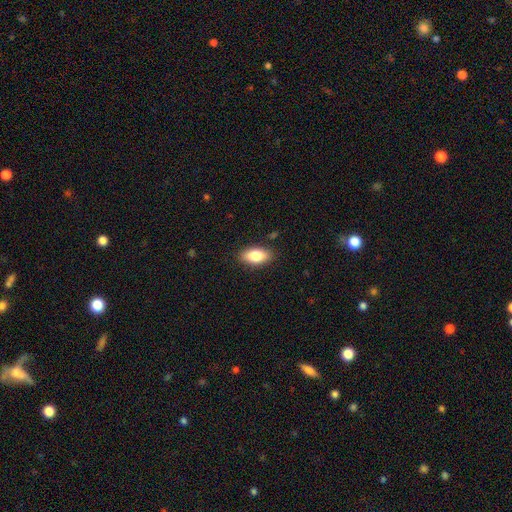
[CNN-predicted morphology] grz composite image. It shows a smooth galaxy with no disk features (83%) that is in between round and cigar-shaped (91%). Merging: none (87%).